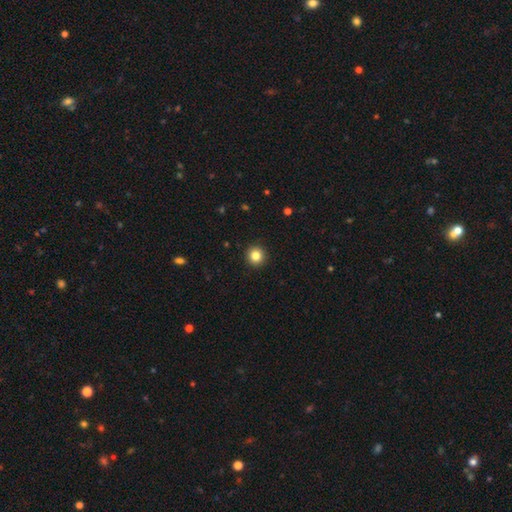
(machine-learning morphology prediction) The model was most divided on "smooth or featured": smooth: 84%, star or artifact: 11%, featured or disk: 5%. More confident: how rounded — round (95%); merging — none (93%).